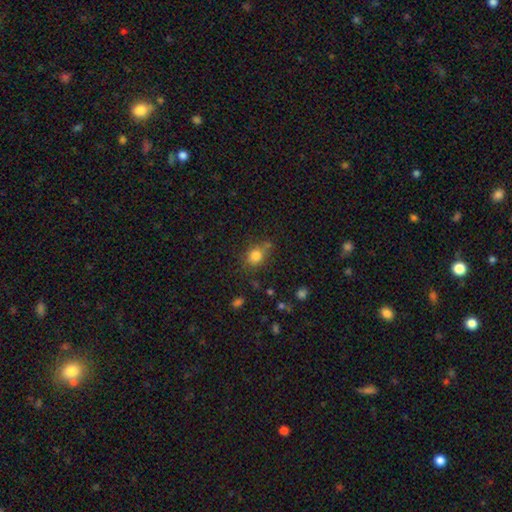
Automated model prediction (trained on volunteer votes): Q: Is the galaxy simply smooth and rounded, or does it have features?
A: smooth — 81%.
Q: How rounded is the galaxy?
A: round — 70%.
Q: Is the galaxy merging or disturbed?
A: none — 67%.